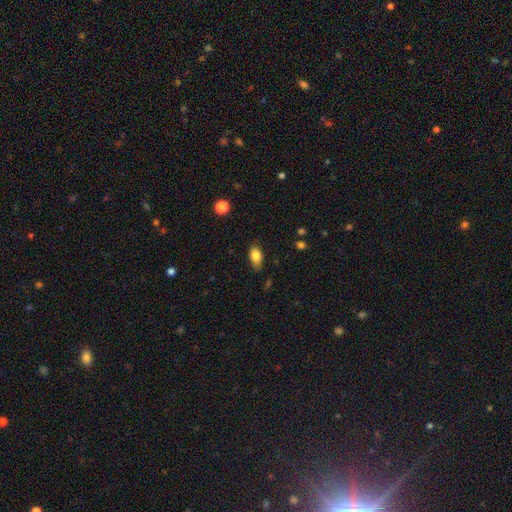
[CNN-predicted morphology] Q: Smooth or featured?
A: smooth (82%); runner-up: featured or disk (10%)
Q: How rounded?
A: in between (88%); runner-up: round (6%)
Q: Merging?
A: none (77%); runner-up: minor disturbance (18%)